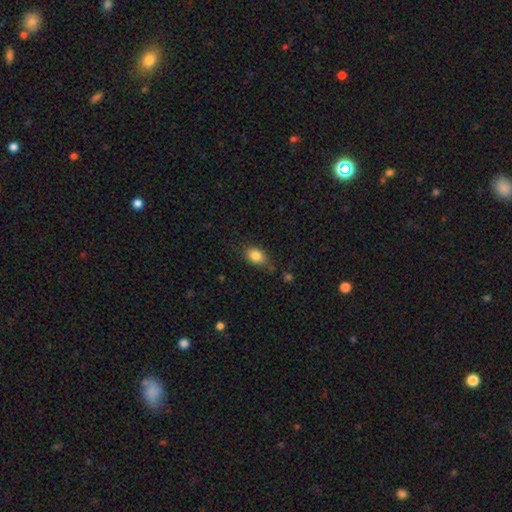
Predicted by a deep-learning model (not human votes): smooth_or_featured: smooth (p=0.84) [alt: star or artifact p=0.09]
how_rounded: in between (p=0.72) [alt: round p=0.27]
merging: none (p=0.69) [alt: minor disturbance p=0.22]